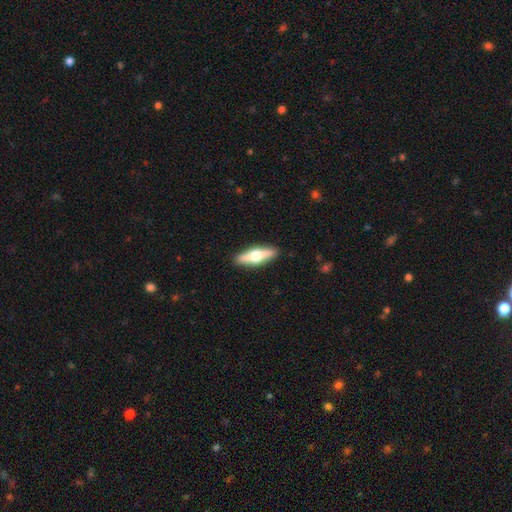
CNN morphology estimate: Smooth or featured?
  - featured or disk: 58% *
  - smooth: 37%
  - star or artifact: 5%
Edge-on disk?
  - yes: 95% *
  - no: 5%
Edge-on bulge?
  - rounded: 95% *
  - boxy: 3%
  - none: 2%
Merging?
  - none: 91% *
  - minor disturbance: 7%
  - major disturbance: 2%
  - merger: 1%